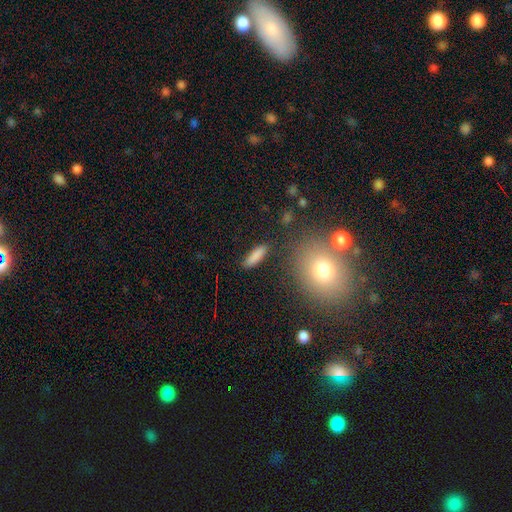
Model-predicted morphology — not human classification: This is clearly a smooth galaxy (85%). How rounded: possibly cigar-shaped (57%). Merging: clearly none (85%).